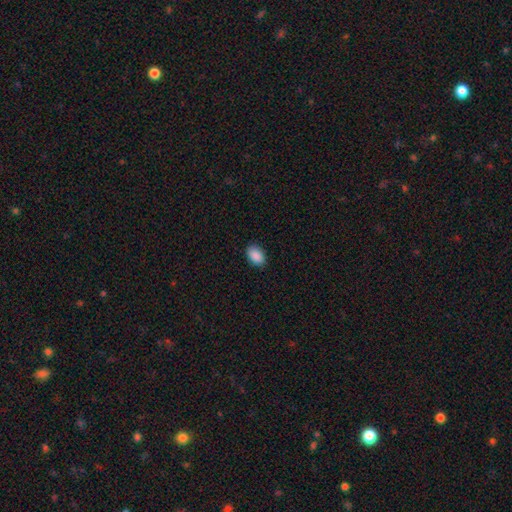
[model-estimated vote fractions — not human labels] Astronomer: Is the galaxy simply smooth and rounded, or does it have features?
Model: smooth — 90%.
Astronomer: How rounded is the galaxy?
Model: in between — 90%.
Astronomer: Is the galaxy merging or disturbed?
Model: none — 88%.